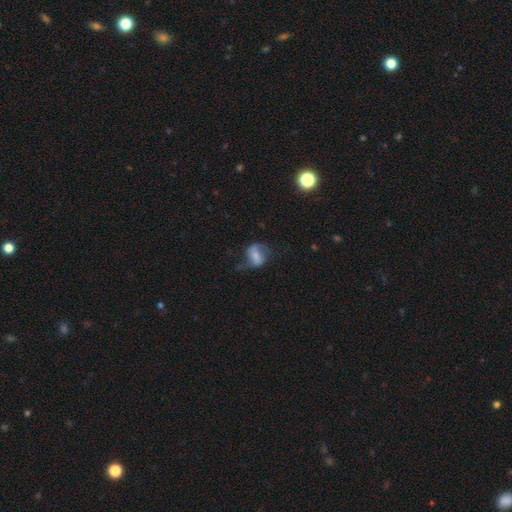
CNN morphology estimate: This appears to be a featured or disk galaxy (57%) with a strong bar (37%), spiral arms (79%) and a small central bulge (29%). Merging: none (46%).